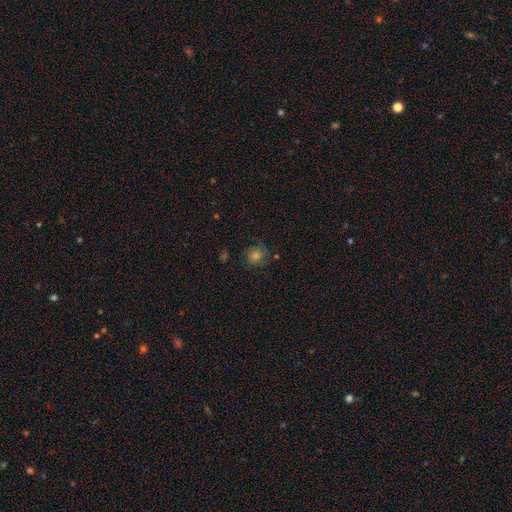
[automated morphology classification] This is possibly a smooth galaxy (56%). How rounded: clearly round (85%). Merging: likely none (79%).